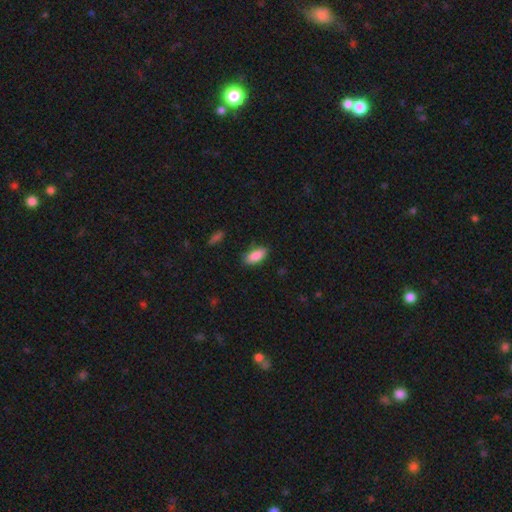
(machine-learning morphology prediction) type=smooth (87%); roundness=in between (87%); merging=none (81%).